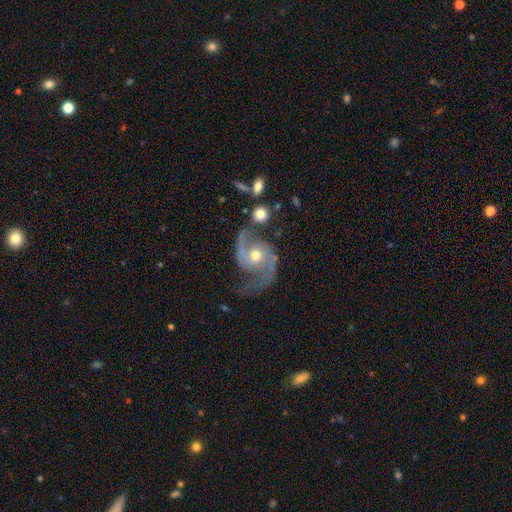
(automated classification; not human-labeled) A featured or disk galaxy (90%) with no bar (67%), 2 (93%) medium (50%) spiral arms (97%) and a moderate central bulge (68%).

Vote fractions:
- Smooth or featured? featured or disk: 90% / star or artifact: 5% / smooth: 4%
- Edge-on disk? no: 98% / yes: 2%
- Bar? no: 67% / weak: 25% / strong: 8%
- Spiral arms? yes: 97% / no: 3%
- Spiral winding? medium: 50% / loose: 39% / tight: 11%
- Spiral arm count? 2: 93% / 1: 2% / can't tell: 2% / 3: 1% / 4: 1% / more than 4: 1%
- Bulge size? moderate: 68% / small: 27% / large: 3% / none: 1% / dominant: 1%
- Merging? none: 65% / minor disturbance: 18% / major disturbance: 11% / merger: 7%